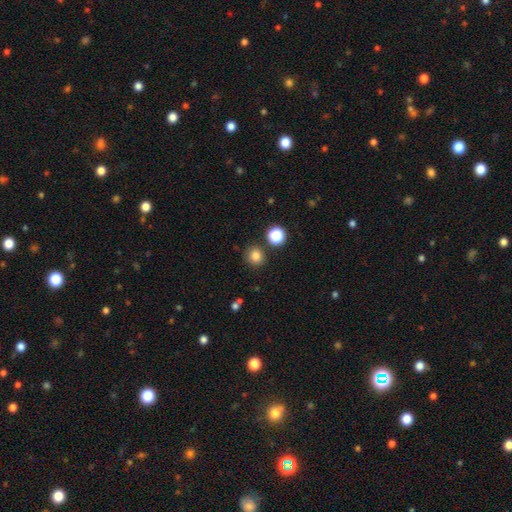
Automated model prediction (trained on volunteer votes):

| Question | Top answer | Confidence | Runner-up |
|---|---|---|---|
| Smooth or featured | smooth | 81% | star or artifact (14%) |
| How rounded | round | 89% | in between (10%) |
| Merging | none | 84% | minor disturbance (8%) |